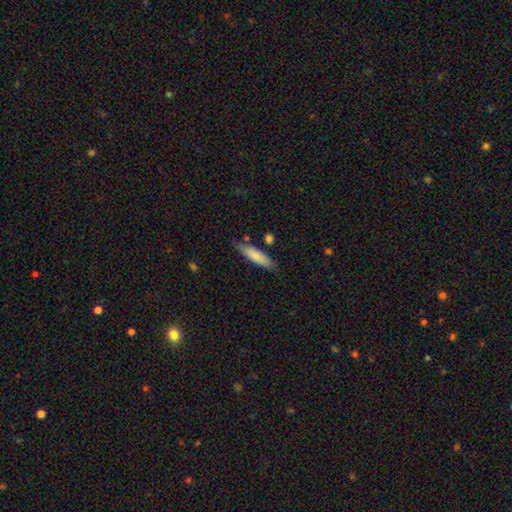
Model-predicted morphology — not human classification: Smooth or featured? smooth (79%)
How rounded? cigar-shaped (74%)
Merging? none (77%)